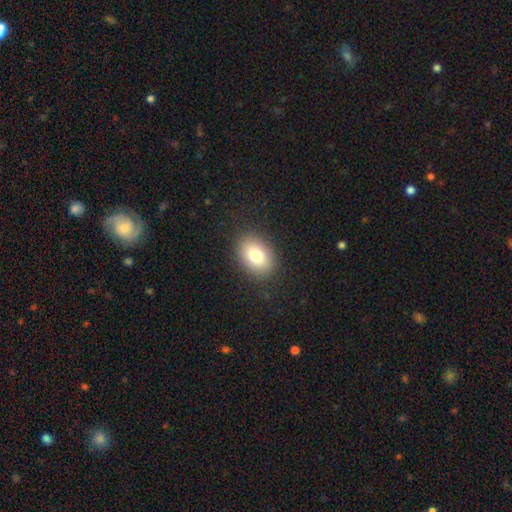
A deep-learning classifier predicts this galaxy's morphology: A smooth galaxy with no disk features (81%) that is in between round and cigar-shaped (77%).

Vote fractions:
- Smooth or featured? smooth: 81% / featured or disk: 10% / star or artifact: 9%
- How rounded? in between: 77% / round: 22% / cigar-shaped: 1%
- Merging? none: 87% / minor disturbance: 9% / major disturbance: 3% / merger: 1%